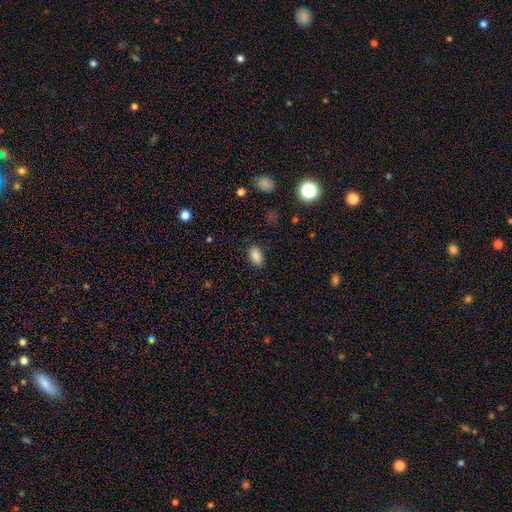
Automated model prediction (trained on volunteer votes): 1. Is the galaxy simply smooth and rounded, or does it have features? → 85% smooth, 10% star or artifact, 5% featured or disk.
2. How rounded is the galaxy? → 88% in between, 11% round, 1% cigar-shaped.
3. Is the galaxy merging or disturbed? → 84% none, 12% minor disturbance, 3% major disturbance, 1% merger.